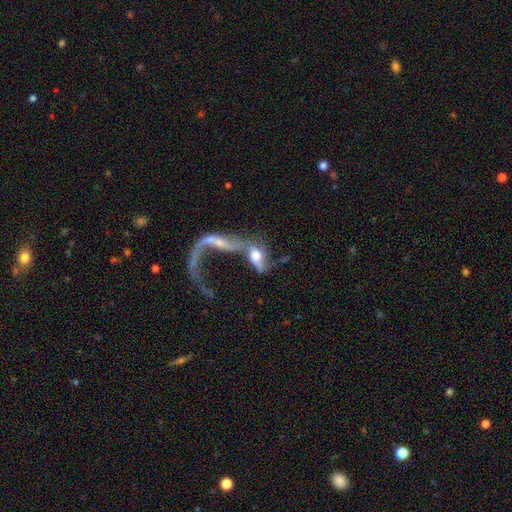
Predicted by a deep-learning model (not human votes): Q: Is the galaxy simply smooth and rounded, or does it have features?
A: featured or disk — 52%.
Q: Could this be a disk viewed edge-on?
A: no — 83%.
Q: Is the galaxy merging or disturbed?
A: merger — 68%.